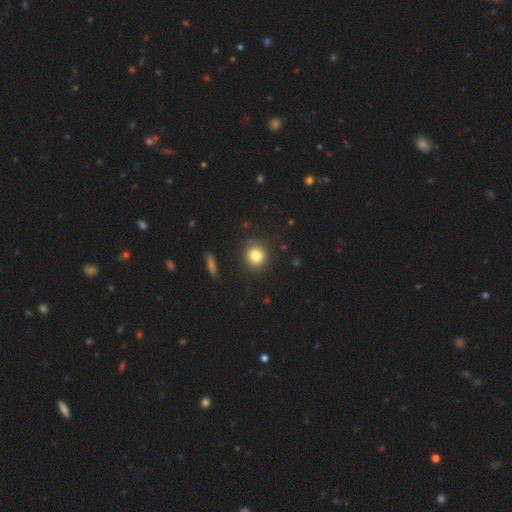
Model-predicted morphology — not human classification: Smooth or featured? Predicted: smooth (p=0.82). How rounded? Predicted: round (p=0.86). Merging? Predicted: none (p=0.85).